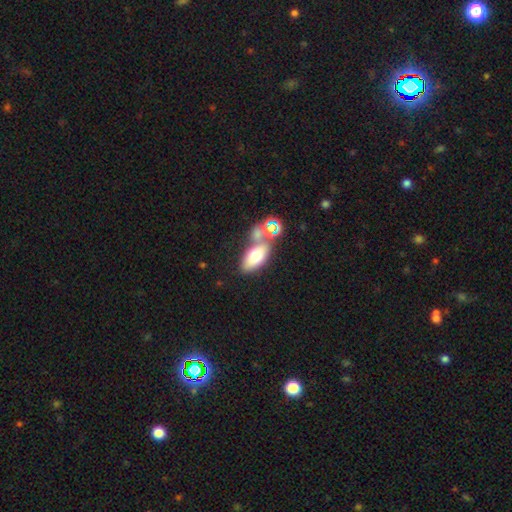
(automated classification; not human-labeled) Smooth or featured: smooth — 67% (featured or disk — 22%)
How rounded: in between — 83% (cigar-shaped — 10%)
Merging: none — 45% (merger — 35%)